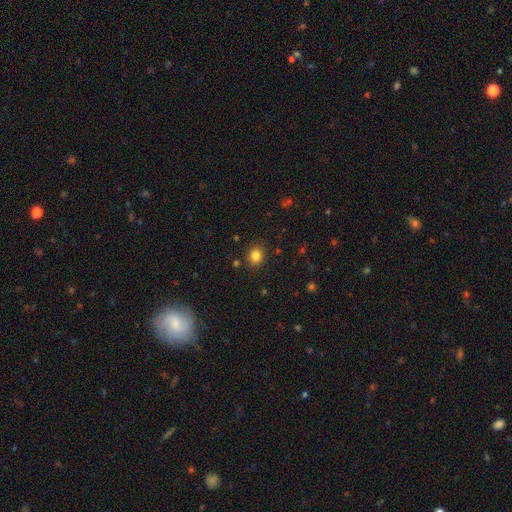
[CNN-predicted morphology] The model was most divided on "how rounded": round: 74%, in between: 25%, cigar-shaped: 1%. More confident: merging — none (89%); smooth or featured — smooth (82%).